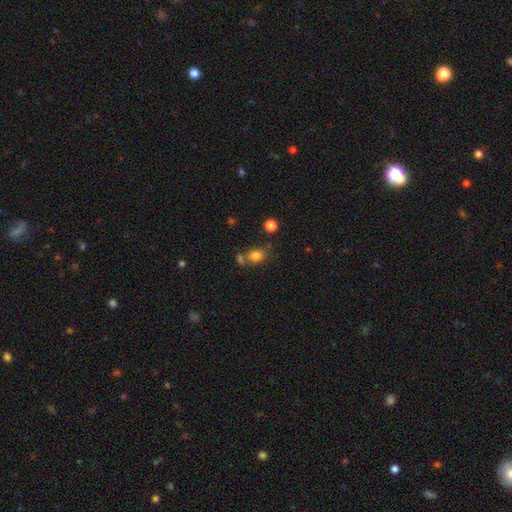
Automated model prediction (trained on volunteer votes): Morphology: type=smooth (81%); roundness=round (51%); merging=none (57%).